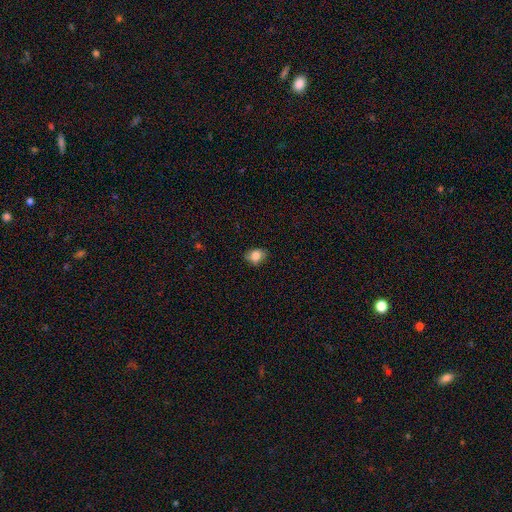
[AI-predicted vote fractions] This appears to be a smooth galaxy with no disk features (82%) that is in between round and cigar-shaped (59%). Merging: none (81%).